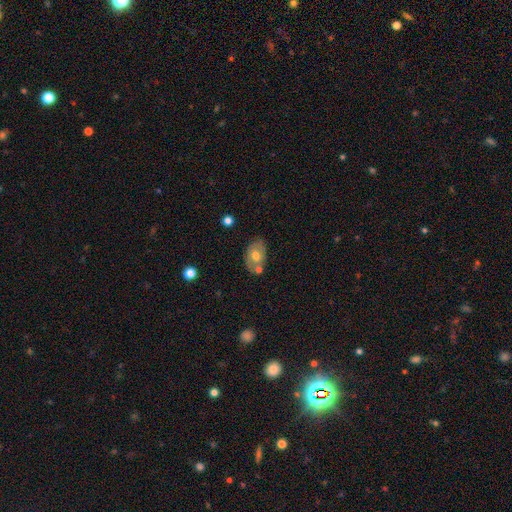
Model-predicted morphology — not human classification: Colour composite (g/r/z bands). It shows a smooth galaxy with no disk features (59%) that is in between round and cigar-shaped (83%). Merging: none (60%).